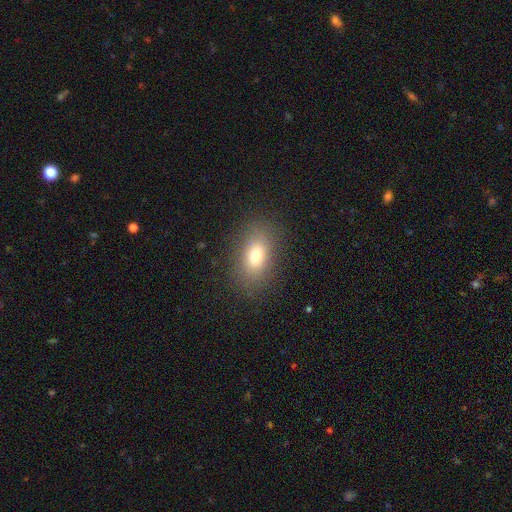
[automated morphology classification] The model was most divided on "smooth or featured": smooth: 75%, featured or disk: 13%, star or artifact: 11%. More confident: merging — none (86%); how rounded — in between (83%).